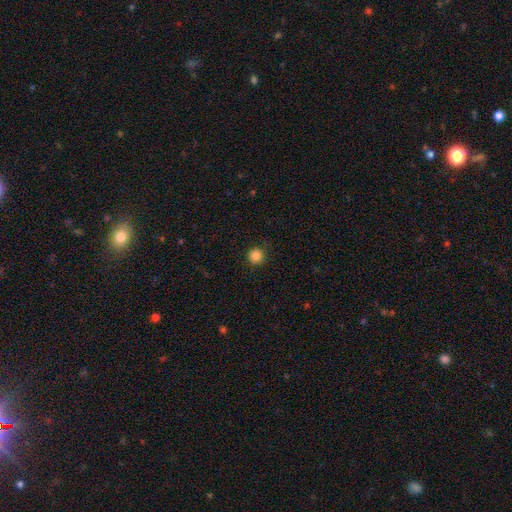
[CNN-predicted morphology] A smooth galaxy with no disk features (85%) that is round (95%).

Vote fractions:
- Smooth or featured? smooth: 85% / star or artifact: 11% / featured or disk: 4%
- How rounded? round: 95% / in between: 4% / cigar-shaped: 1%
- Merging? none: 89% / minor disturbance: 8% / major disturbance: 2% / merger: 1%